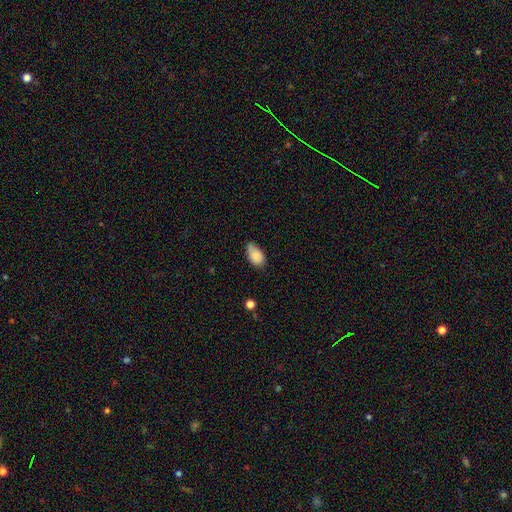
Smooth or featured?
  - smooth: 87% *
  - star or artifact: 8%
  - featured or disk: 5%
How rounded?
  - in between: 97% *
  - cigar-shaped: 3%
  - round: 0%
Merging?
  - minor disturbance: 56% *
  - none: 44%
  - major disturbance: 0%
  - merger: 0%